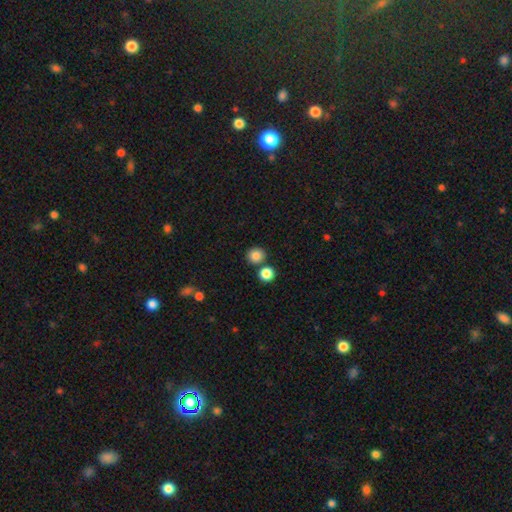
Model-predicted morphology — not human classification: A smooth galaxy with no disk features (84%) that is round (87%). Merging: none (76%).